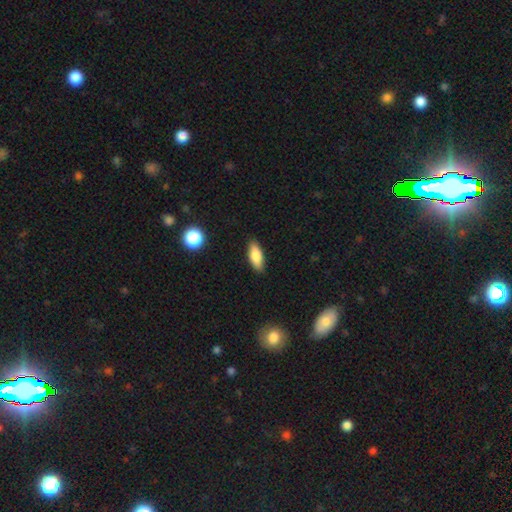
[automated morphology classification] smooth_or_featured: smooth (p=0.80) [alt: featured or disk p=0.13]
how_rounded: in between (p=0.72) [alt: cigar-shaped p=0.25]
merging: none (p=0.88) [alt: minor disturbance p=0.09]